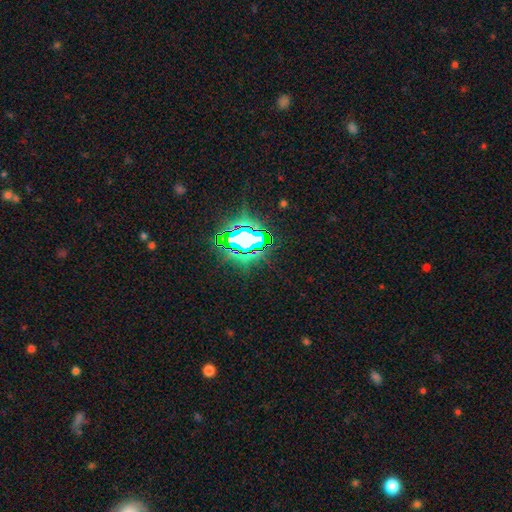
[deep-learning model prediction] smooth_or_featured: star or artifact (p=0.79) [alt: smooth p=0.13]